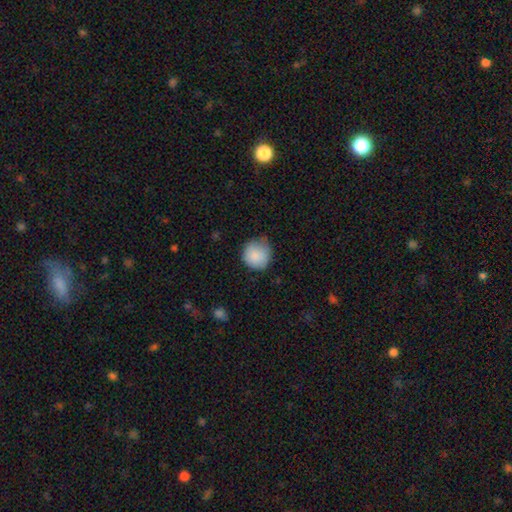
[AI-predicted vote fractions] A smooth galaxy with no disk features (87%) that is round (91%).

Vote fractions:
- Smooth or featured? smooth: 87% / star or artifact: 7% / featured or disk: 6%
- How rounded? round: 91% / in between: 8% / cigar-shaped: 1%
- Merging? none: 66% / minor disturbance: 28% / major disturbance: 5% / merger: 1%